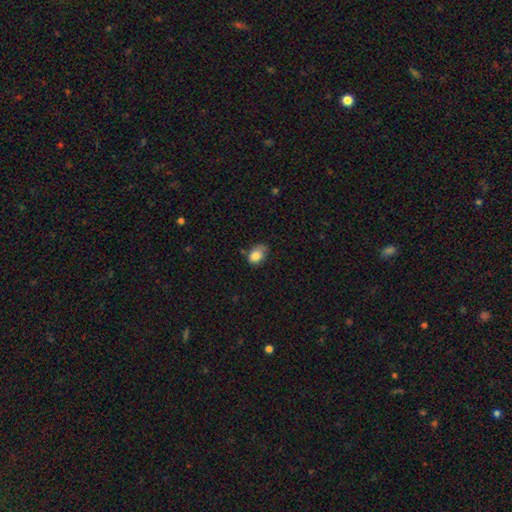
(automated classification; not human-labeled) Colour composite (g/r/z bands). It shows a smooth galaxy with no disk features (83%) that is in between round and cigar-shaped (79%). Merging: none (51%).